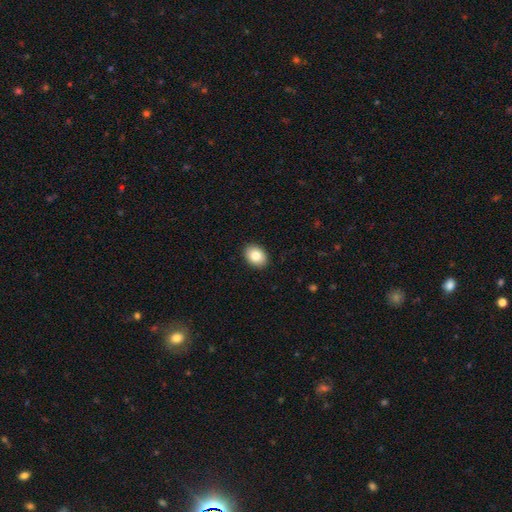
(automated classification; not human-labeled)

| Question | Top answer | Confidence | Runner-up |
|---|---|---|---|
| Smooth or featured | smooth | 83% | featured or disk (10%) |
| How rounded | in between | 69% | round (30%) |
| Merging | none | 91% | minor disturbance (6%) |